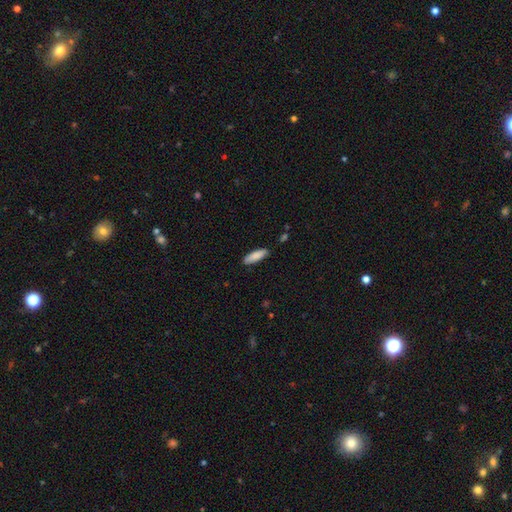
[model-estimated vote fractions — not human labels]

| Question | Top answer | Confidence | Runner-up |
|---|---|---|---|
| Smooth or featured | smooth | 87% | featured or disk (7%) |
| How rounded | cigar-shaped | 52% | in between (47%) |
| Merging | none | 83% | minor disturbance (13%) |